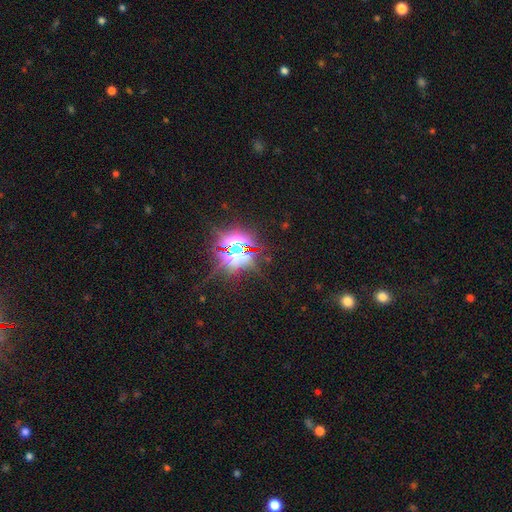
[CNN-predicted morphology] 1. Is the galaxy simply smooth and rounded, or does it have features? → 84% star or artifact, 10% smooth, 6% featured or disk.